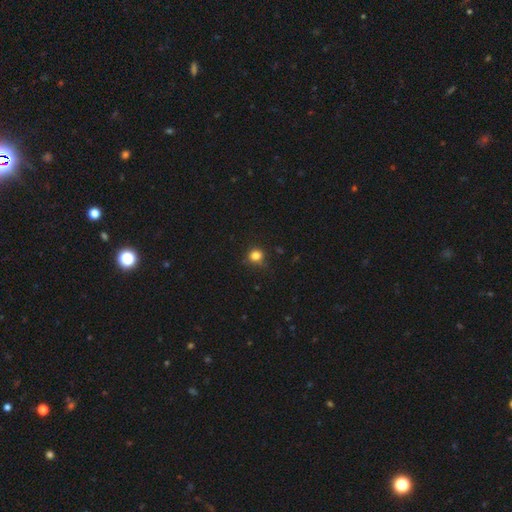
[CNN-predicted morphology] The model was most divided on "merging": none: 82%, minor disturbance: 13%, major disturbance: 3%, merger: 1%. More confident: how rounded — round (89%); smooth or featured — smooth (83%).